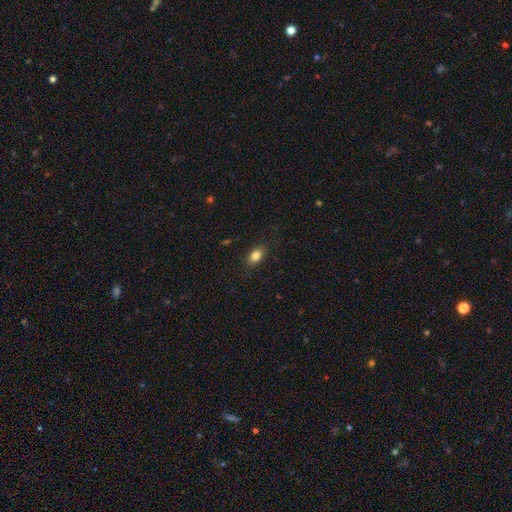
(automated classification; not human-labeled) smooth-or-featured: smooth: 83% | star or artifact: 9% | featured or disk: 8%
  how-rounded: in between: 82% | round: 15% | cigar-shaped: 2%
  merging: none: 85% | minor disturbance: 11% | major disturbance: 3% | merger: 1%